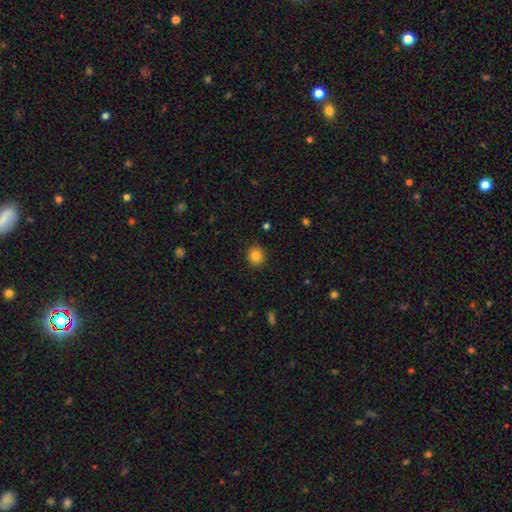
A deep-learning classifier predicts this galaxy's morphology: Smooth or featured? smooth (84%)
How rounded? round (86%)
Merging? none (90%)